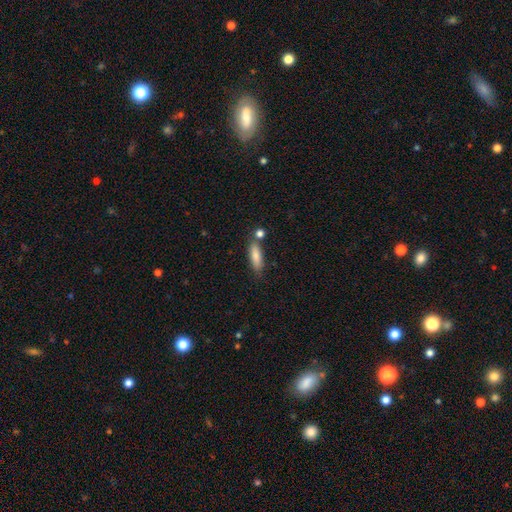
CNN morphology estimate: smooth_or_featured: smooth (p=0.81) [alt: featured or disk p=0.12]
how_rounded: cigar-shaped (p=0.51) [alt: in between p=0.47]
merging: none (p=0.69) [alt: minor disturbance p=0.14]